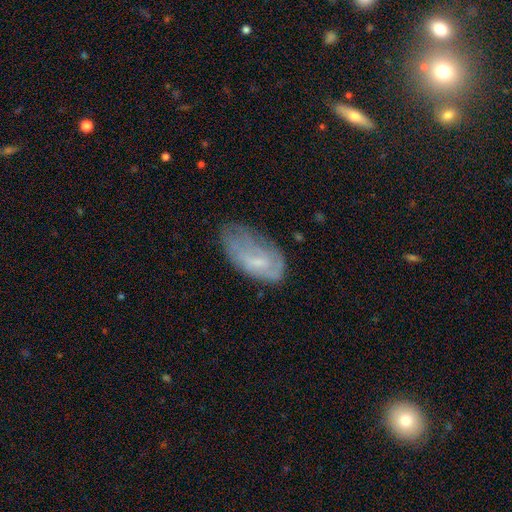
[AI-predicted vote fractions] Q: Smooth or featured?
A: smooth (47%); runner-up: featured or disk (40%)
Q: Merging?
A: none (52%); runner-up: minor disturbance (31%)